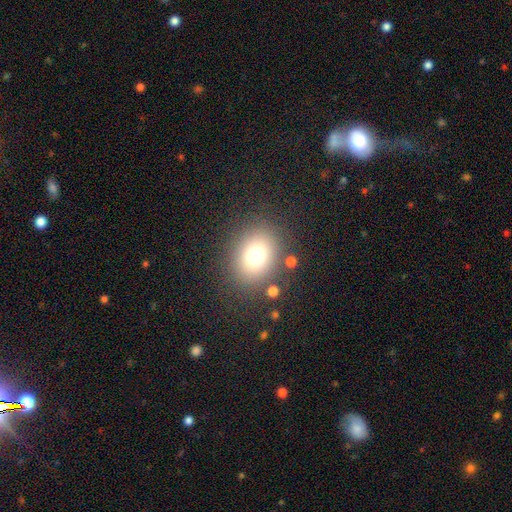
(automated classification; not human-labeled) Smooth or featured?
  - smooth: 74% *
  - star or artifact: 16%
  - featured or disk: 11%
How rounded?
  - round: 59% *
  - in between: 40%
  - cigar-shaped: 1%
Merging?
  - none: 82% *
  - minor disturbance: 9%
  - major disturbance: 5%
  - merger: 4%